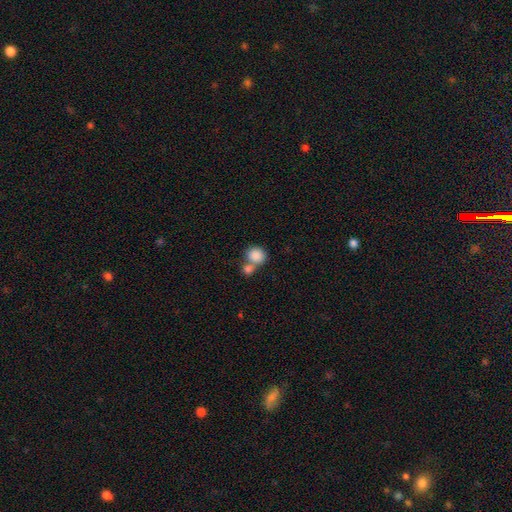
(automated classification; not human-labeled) Smooth or featured? Predicted: smooth (p=0.85). How rounded? Predicted: round (p=0.73). Merging? Predicted: merger (p=0.49).